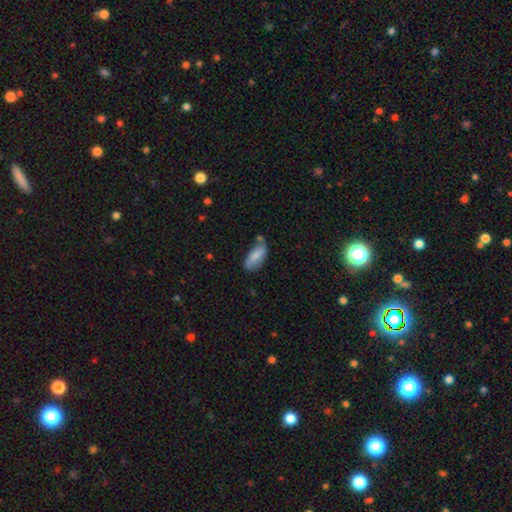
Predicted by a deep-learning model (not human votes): This appears to be a smooth galaxy with no disk features (77%) that is in between round and cigar-shaped (83%). Merging: none (55%).